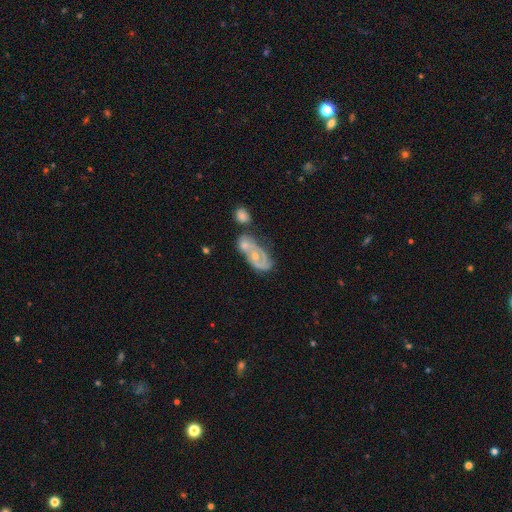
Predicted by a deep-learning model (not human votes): Smooth or featured? featured or disk (71%)
Edge-on disk? no (95%)
Bar? no (71%)
Spiral arms? yes (77%)
Spiral winding? tight (40%, tied with medium)
Spiral arm count? 2 (55%)
Bulge size? moderate (51%)
Merging? merger (45%)